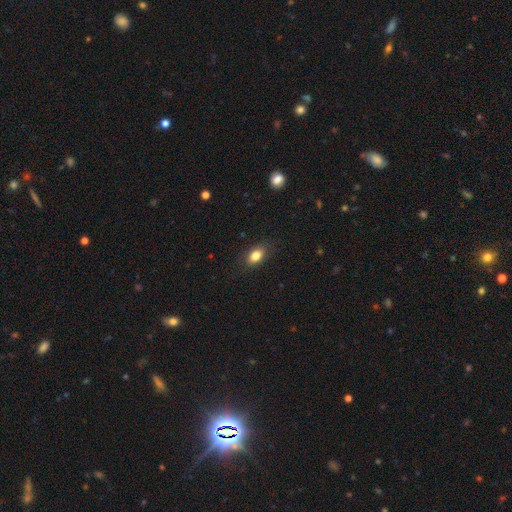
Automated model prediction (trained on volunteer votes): Smooth or featured: smooth — 83% (featured or disk — 9%)
How rounded: in between — 85% (round — 12%)
Merging: none — 84% (minor disturbance — 12%)